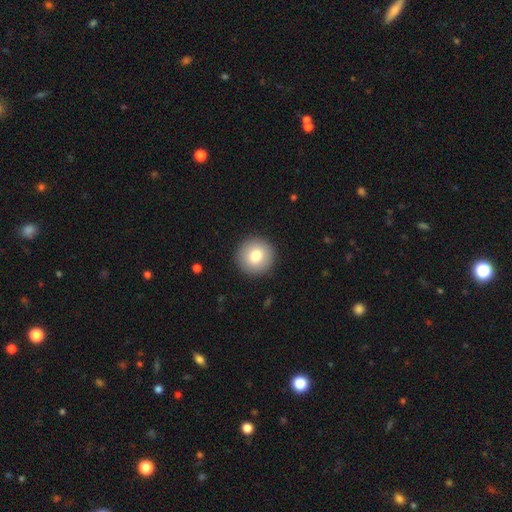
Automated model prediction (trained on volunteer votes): smooth_or_featured: smooth (p=0.80) [alt: featured or disk p=0.12]
how_rounded: round (p=0.95) [alt: in between p=0.04]
merging: none (p=0.92) [alt: minor disturbance p=0.05]